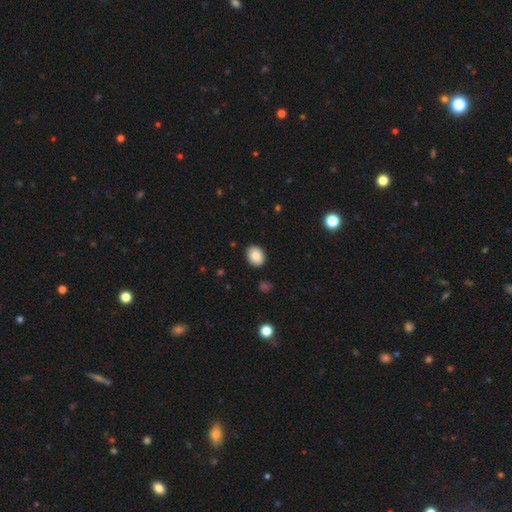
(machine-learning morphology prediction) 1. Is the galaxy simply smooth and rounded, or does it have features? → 87% smooth, 8% star or artifact, 5% featured or disk.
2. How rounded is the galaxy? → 61% in between, 39% round, 1% cigar-shaped.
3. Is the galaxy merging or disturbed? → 89% none, 8% minor disturbance, 2% major disturbance, 1% merger.